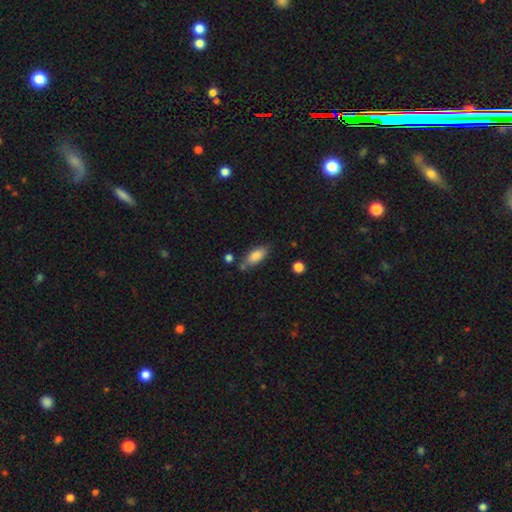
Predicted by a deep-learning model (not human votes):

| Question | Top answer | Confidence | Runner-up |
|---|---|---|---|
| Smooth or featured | smooth | 83% | featured or disk (10%) |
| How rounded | in between | 79% | cigar-shaped (18%) |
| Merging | none | 67% | minor disturbance (19%) |